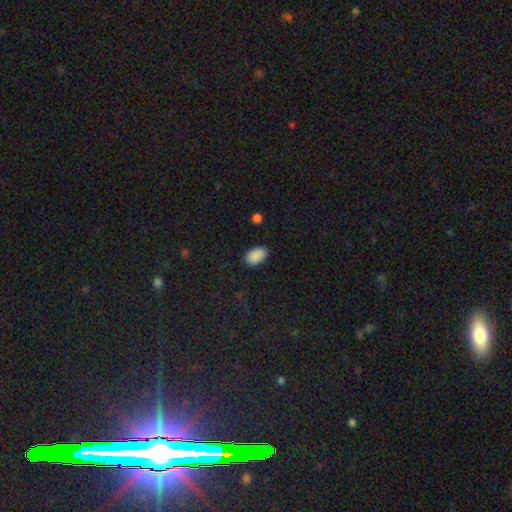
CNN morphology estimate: Smooth or featured? smooth (89%)
How rounded? in between (92%)
Merging? none (86%)